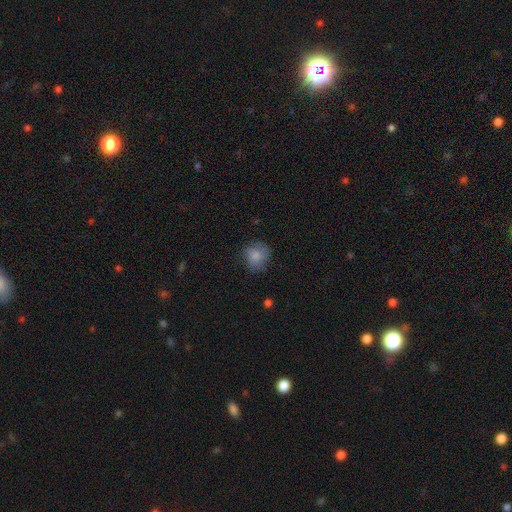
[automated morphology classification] Overall: smooth (74%). How rounded: round (81%). Merging: none (65%).